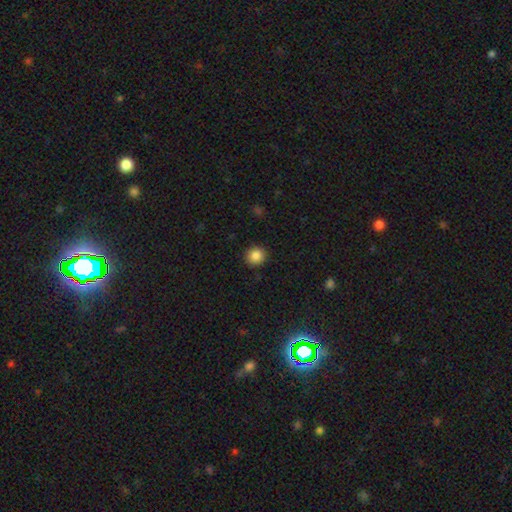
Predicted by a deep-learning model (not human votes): Smooth or featured? smooth (86%)
How rounded? round (89%)
Merging? none (91%)